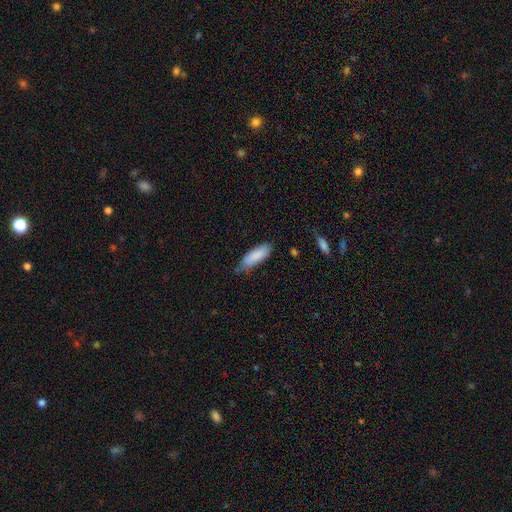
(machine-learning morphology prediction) This is clearly a smooth galaxy (87%). How rounded: likely in between (61%). Merging: likely none (68%).